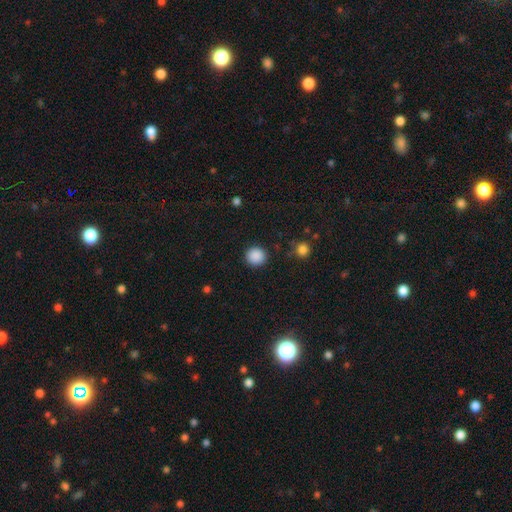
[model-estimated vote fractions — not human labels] Smooth or featured? smooth (88%)
How rounded? round (92%)
Merging? none (90%)